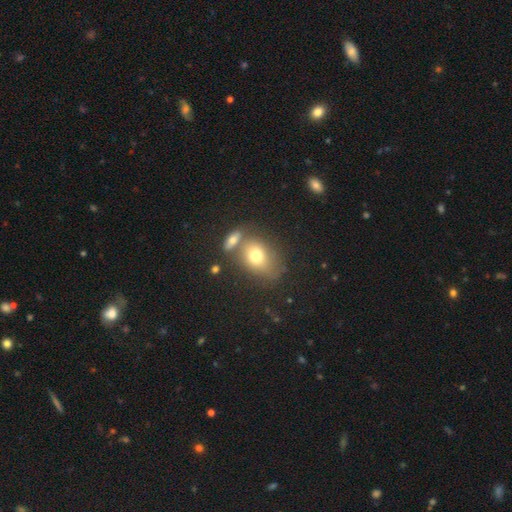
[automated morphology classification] This is likely a smooth galaxy (72%). How rounded: likely in between (65%). Merging: possibly none (48%).